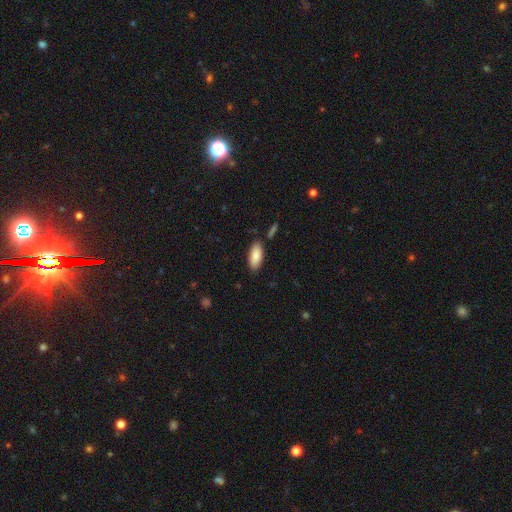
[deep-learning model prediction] Morphology: type=smooth (88%); roundness=in between (86%); merging=none (84%).